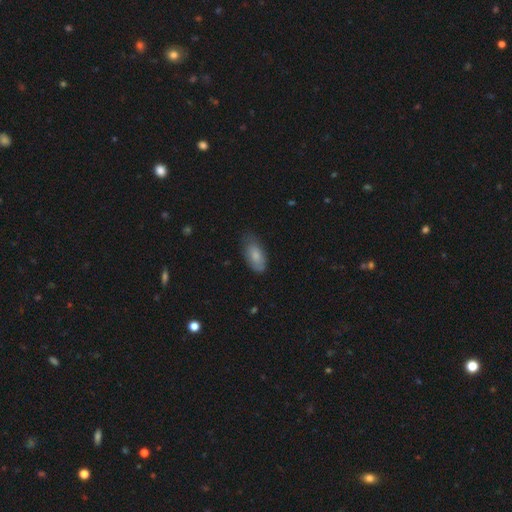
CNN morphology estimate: smooth-or-featured: smooth: 79% | featured or disk: 15% | star or artifact: 6%
  how-rounded: in between: 88% | cigar-shaped: 9% | round: 2%
  merging: none: 64% | minor disturbance: 30% | major disturbance: 6% | merger: 1%